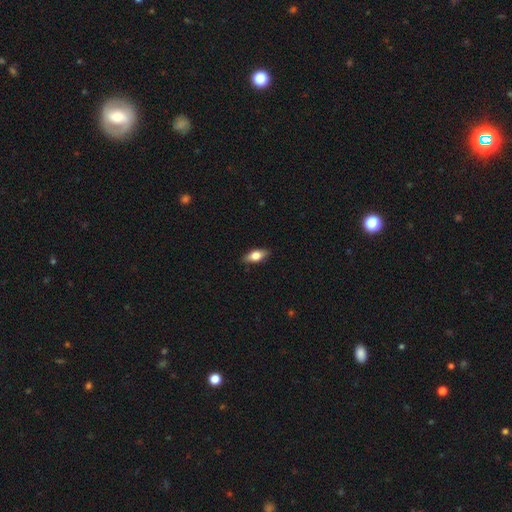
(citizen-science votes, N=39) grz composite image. It shows a smooth galaxy with no disk features (64%) that is in between round and cigar-shaped (96%). Merging: none (95%).